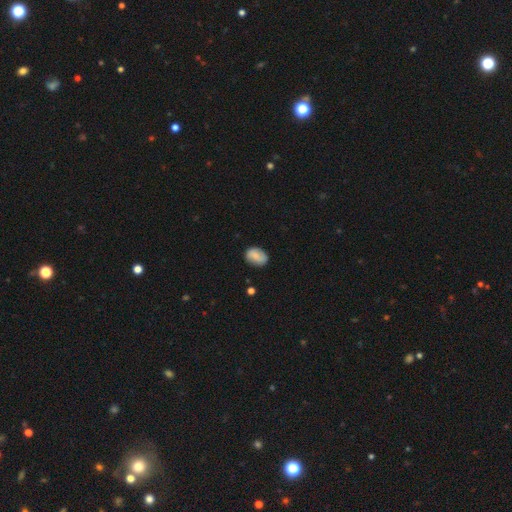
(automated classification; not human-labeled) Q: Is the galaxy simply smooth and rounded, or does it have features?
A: smooth — 78%.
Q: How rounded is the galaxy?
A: in between — 76%.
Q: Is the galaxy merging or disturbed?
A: none — 78%.